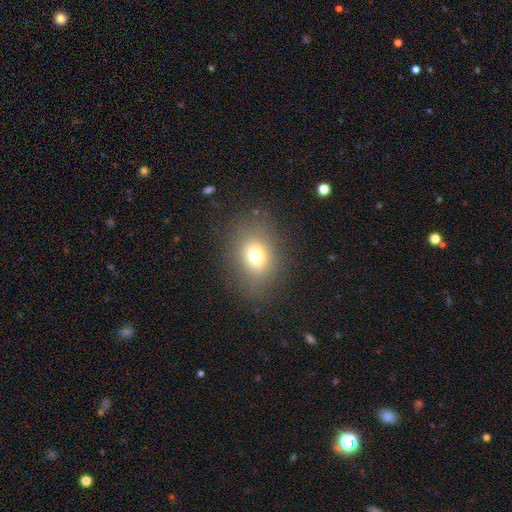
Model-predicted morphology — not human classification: Q: Smooth or featured?
A: smooth (71%); runner-up: star or artifact (15%)
Q: How rounded?
A: in between (57%); runner-up: round (42%)
Q: Merging?
A: none (80%); runner-up: minor disturbance (12%)